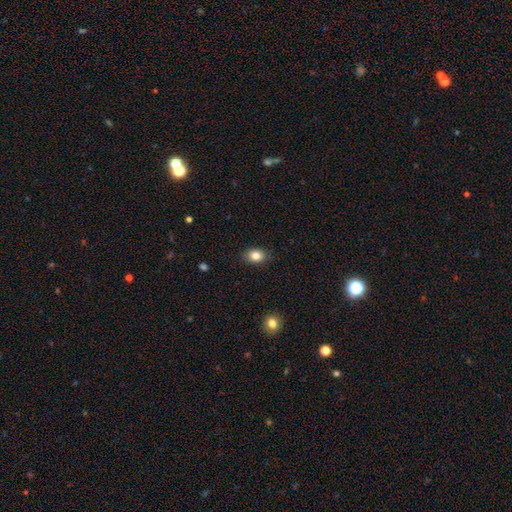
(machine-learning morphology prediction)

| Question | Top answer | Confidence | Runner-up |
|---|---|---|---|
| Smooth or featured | smooth | 85% | star or artifact (9%) |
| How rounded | in between | 77% | round (22%) |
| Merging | none | 87% | minor disturbance (10%) |